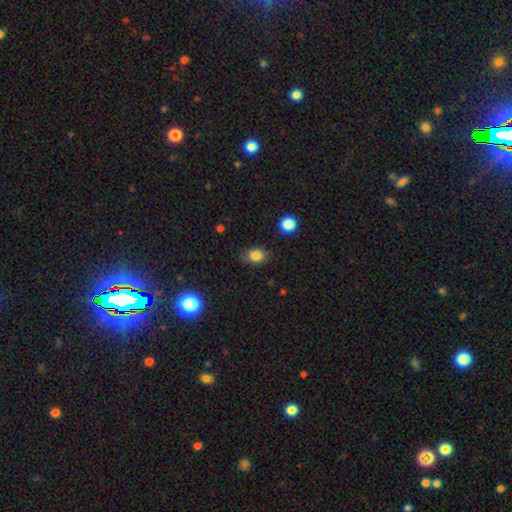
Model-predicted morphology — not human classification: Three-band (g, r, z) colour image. It shows a smooth galaxy with no disk features (82%) that is in between round and cigar-shaped (65%). Merging: none (80%).